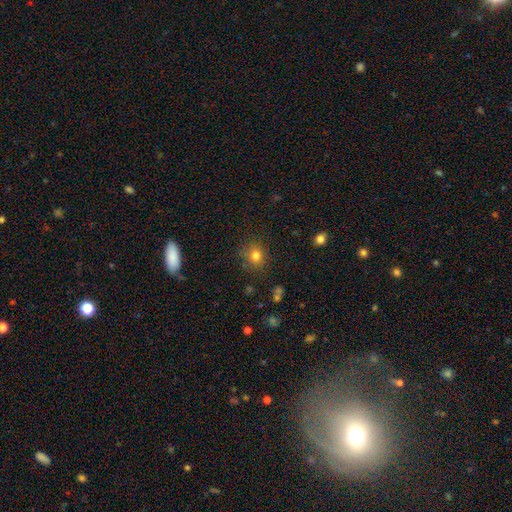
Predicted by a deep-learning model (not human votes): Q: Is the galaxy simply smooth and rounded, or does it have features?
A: smooth — 78%.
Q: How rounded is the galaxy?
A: round — 77%.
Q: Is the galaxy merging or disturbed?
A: none — 81%.